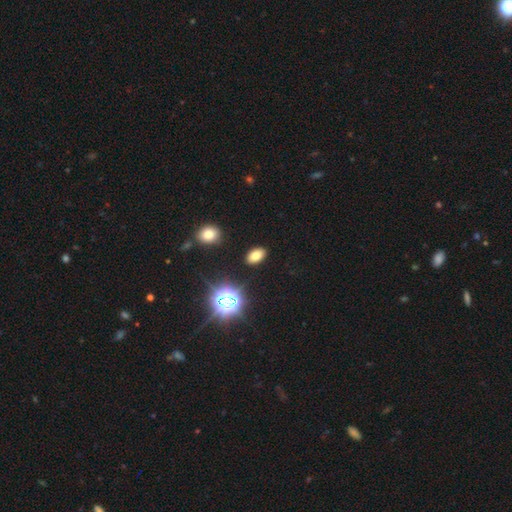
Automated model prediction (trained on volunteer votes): A smooth galaxy with no disk features (73%) that is in between round and cigar-shaped (89%).

Vote fractions:
- Smooth or featured? smooth: 73% / star or artifact: 20% / featured or disk: 7%
- How rounded? in between: 89% / round: 8% / cigar-shaped: 2%
- Merging? none: 89% / minor disturbance: 7% / major disturbance: 2% / merger: 2%